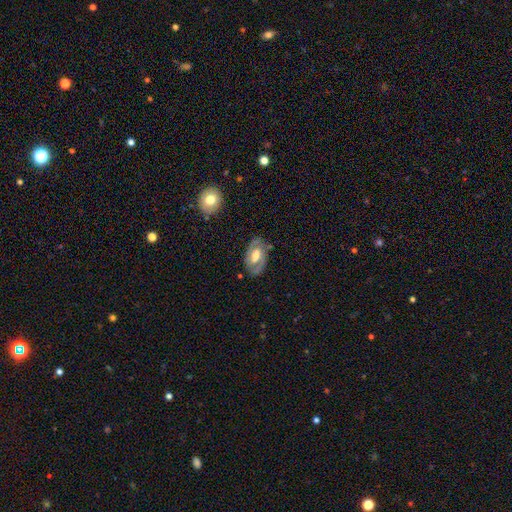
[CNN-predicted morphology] smooth_or_featured: featured or disk (p=0.66) [alt: smooth p=0.28]
disk_edge_on: no (p=0.93) [alt: yes p=0.07]
bar: weak (p=0.44) [alt: no p=0.37]
has_spiral_arms: yes (p=0.69) [alt: no p=0.31]
bulge_size: moderate (p=0.60) [alt: large p=0.25]
merging: none (p=0.76) [alt: minor disturbance p=0.17]